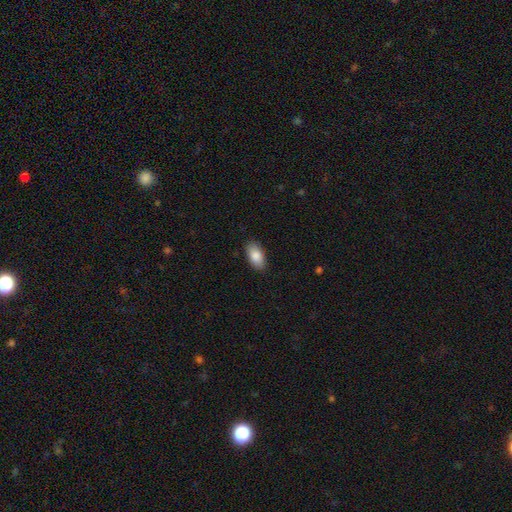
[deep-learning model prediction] A smooth galaxy with no disk features (86%) that is in between round and cigar-shaped (93%). Merging: none (87%).